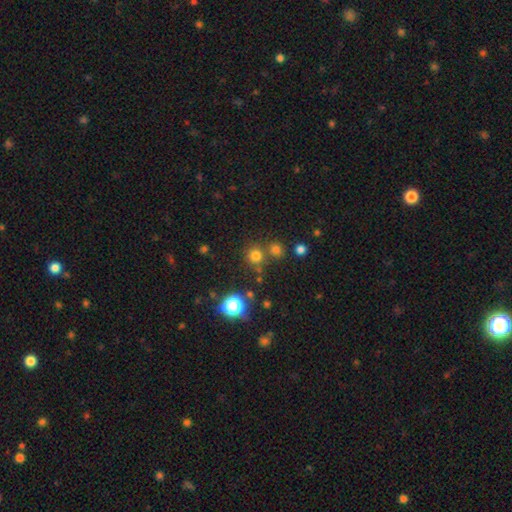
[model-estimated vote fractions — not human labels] Morphology: type=smooth (72%); roundness=round (92%); merging=none (73%).